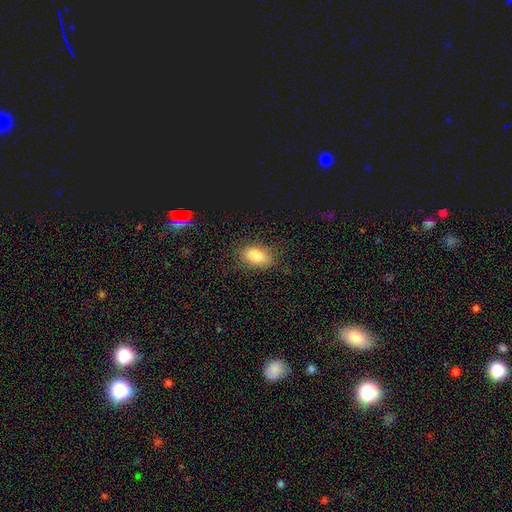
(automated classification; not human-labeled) Morphology: type=smooth (85%); roundness=in between (90%); merging=none (79%).